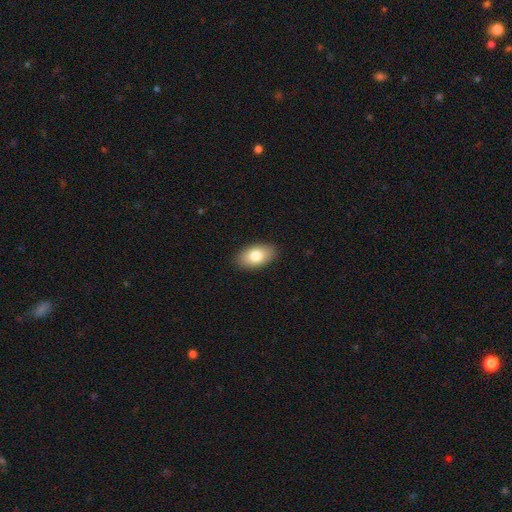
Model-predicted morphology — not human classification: The model was most divided on "smooth or featured": smooth: 81%, featured or disk: 12%, star or artifact: 7%. More confident: how rounded — in between (93%); merging — none (89%).